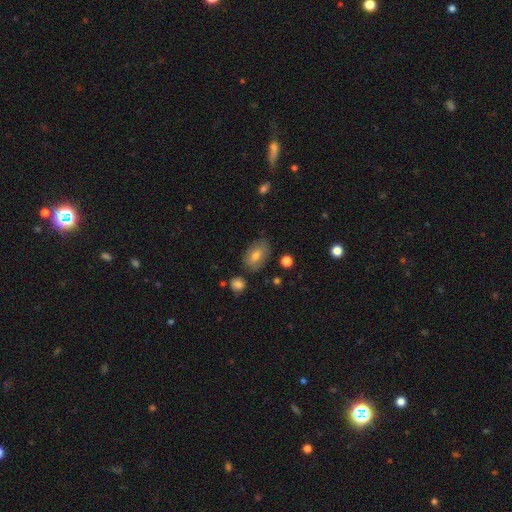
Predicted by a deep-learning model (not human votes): Smooth or featured? Predicted: smooth (p=0.64). How rounded? Predicted: in between (p=0.86). Merging? Predicted: none (p=0.71).